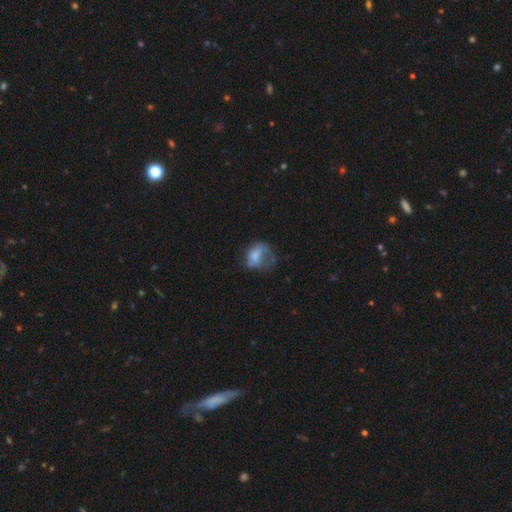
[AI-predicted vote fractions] This appears to be a smooth galaxy with no disk features (57%) that is in between round and cigar-shaped (56%). Merging: major disturbance (38%).